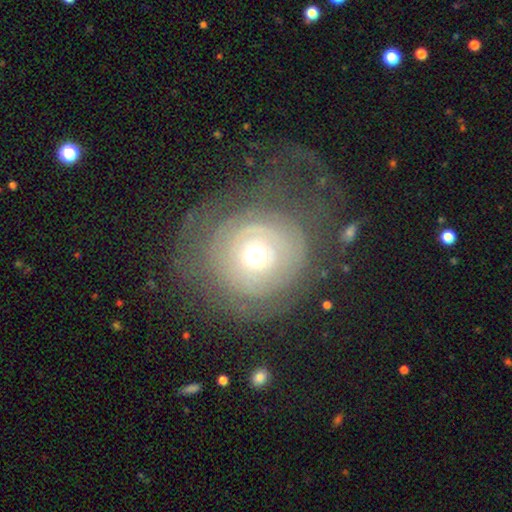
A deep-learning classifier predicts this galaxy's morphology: smooth_or_featured: featured or disk (p=0.64) [alt: smooth p=0.27]
disk_edge_on: no (p=0.96) [alt: yes p=0.04]
bar: no (p=0.85) [alt: weak p=0.11]
has_spiral_arms: yes (p=0.63) [alt: no p=0.37]
bulge_size: moderate (p=0.61) [alt: small p=0.28]
merging: none (p=0.52) [alt: major disturbance p=0.27]